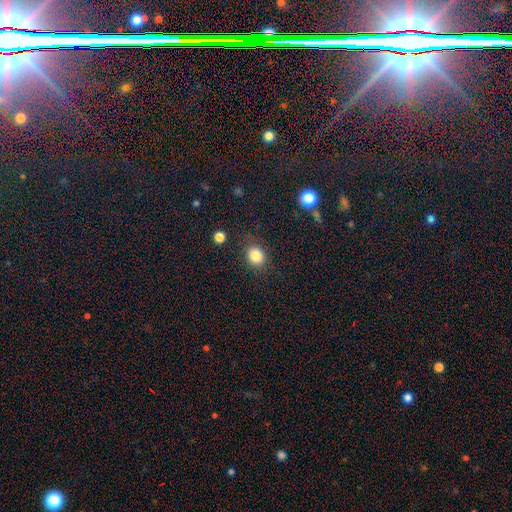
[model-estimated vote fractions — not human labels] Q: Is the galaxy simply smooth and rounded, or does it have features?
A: smooth — 83%.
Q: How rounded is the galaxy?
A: round — 69%.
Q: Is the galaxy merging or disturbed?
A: none — 83%.